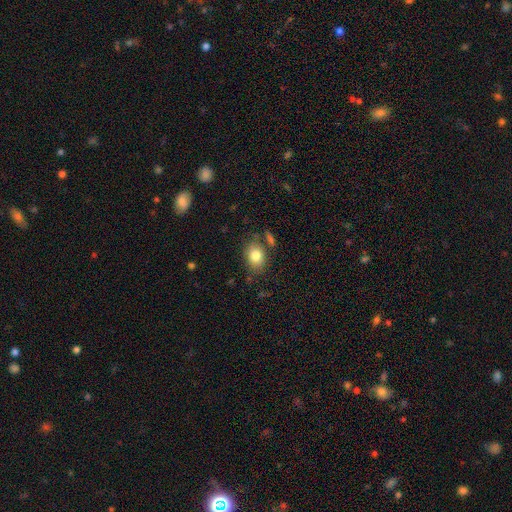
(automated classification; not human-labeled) This is clearly a smooth galaxy (81%). How rounded: likely in between (66%). Merging: likely none (74%).